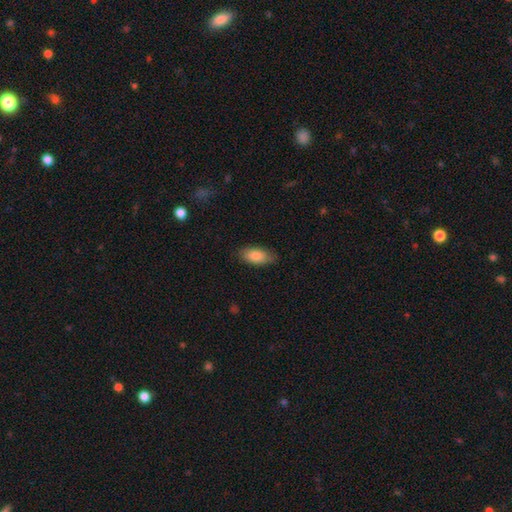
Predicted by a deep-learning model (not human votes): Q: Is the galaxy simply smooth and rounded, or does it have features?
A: smooth — 83%.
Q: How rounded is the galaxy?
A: in between — 90%.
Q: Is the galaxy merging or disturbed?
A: none — 80%.